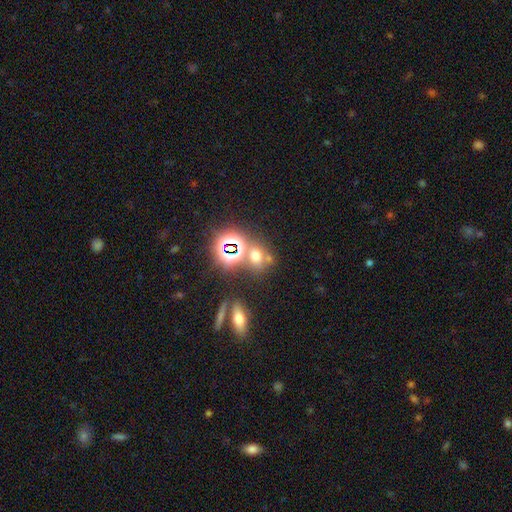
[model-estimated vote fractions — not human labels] smooth 50%, star or artifact 39%, featured or disk 10%. Down the decision tree: how rounded — round (62%); merging — none (63%).